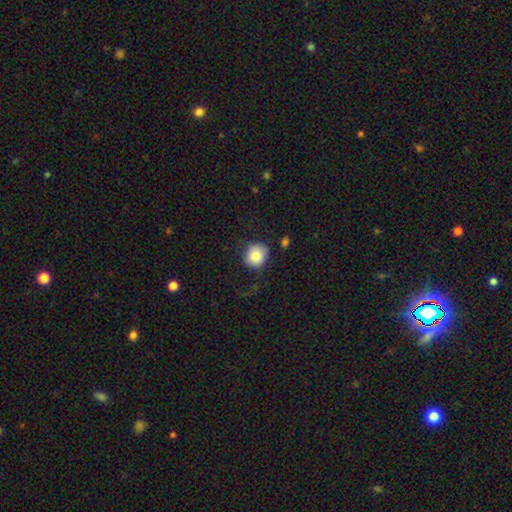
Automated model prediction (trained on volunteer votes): This appears to be a smooth galaxy with no disk features (82%) that is round (86%). Merging: none (70%).